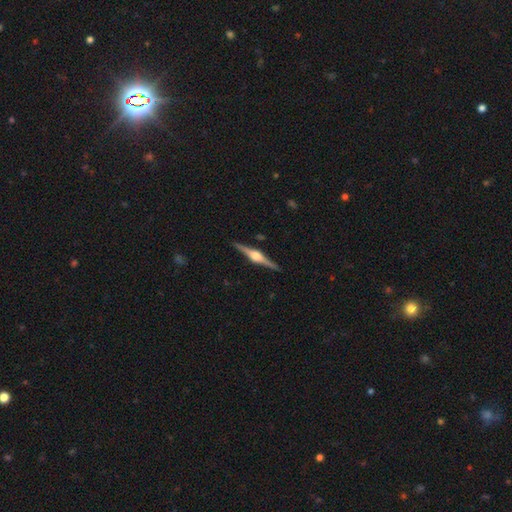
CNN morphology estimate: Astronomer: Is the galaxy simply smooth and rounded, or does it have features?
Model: featured or disk — 87%.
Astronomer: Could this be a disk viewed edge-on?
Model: yes — 99%.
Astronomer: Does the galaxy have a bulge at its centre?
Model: rounded — 93%.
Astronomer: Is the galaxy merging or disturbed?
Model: none — 92%.